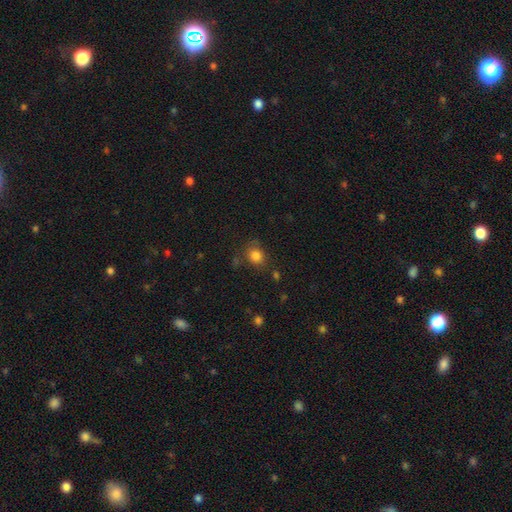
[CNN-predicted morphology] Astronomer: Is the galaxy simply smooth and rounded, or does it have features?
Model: smooth — 82%.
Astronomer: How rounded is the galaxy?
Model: round — 64%.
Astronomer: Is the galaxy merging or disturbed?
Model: none — 73%.